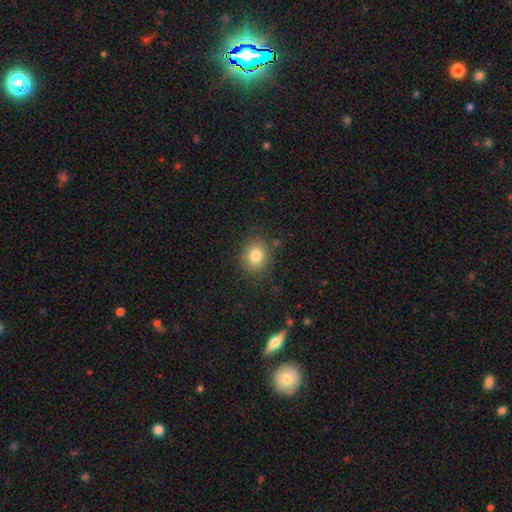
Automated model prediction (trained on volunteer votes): This is clearly a smooth galaxy (81%). How rounded: likely round (70%). Merging: clearly none (84%).